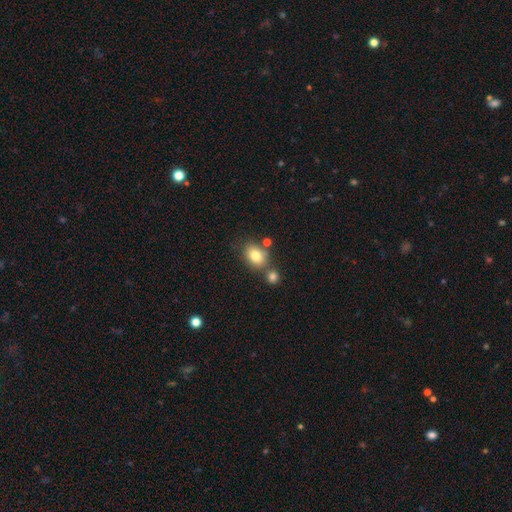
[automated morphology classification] The model was most divided on "how rounded": in between: 63%, round: 35%, cigar-shaped: 1%. More confident: smooth or featured — smooth (80%); merging — none (60%).